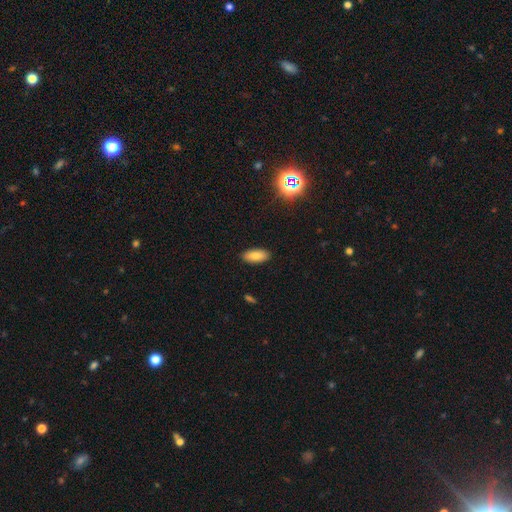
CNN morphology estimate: Q: Smooth or featured?
A: smooth (81%); runner-up: star or artifact (9%)
Q: How rounded?
A: in between (86%); runner-up: cigar-shaped (11%)
Q: Merging?
A: none (89%); runner-up: minor disturbance (8%)